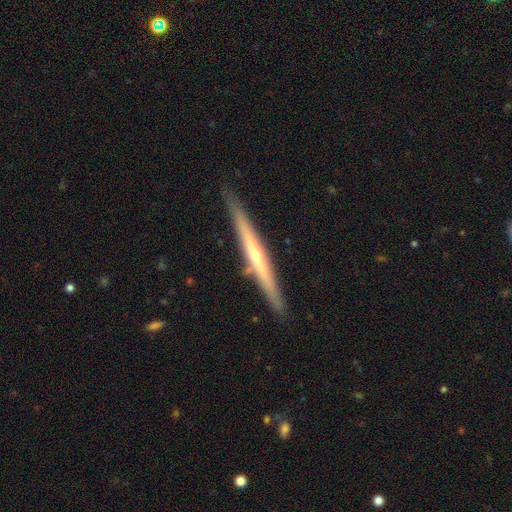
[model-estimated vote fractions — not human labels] featured or disk 68%, smooth 27%, star or artifact 5%. Down the decision tree: edge-on disk — yes (97%); edge-on bulge — rounded (49%); merging — none (89%).